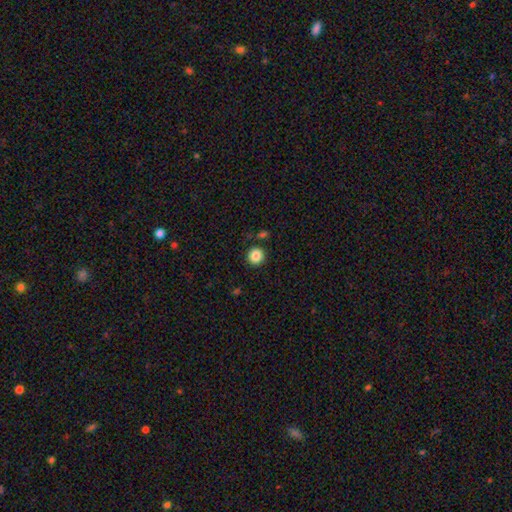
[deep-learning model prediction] Smooth or featured? smooth (86%)
How rounded? round (94%)
Merging? none (90%)